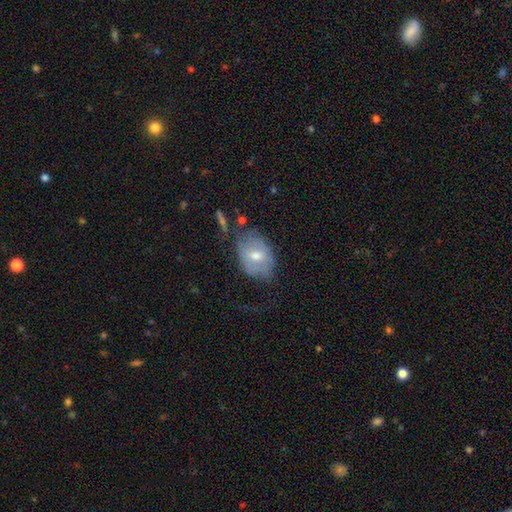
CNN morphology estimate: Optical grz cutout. It shows a smooth galaxy with no disk features (58%) that is in between round and cigar-shaped (74%). Merging: none (49%).